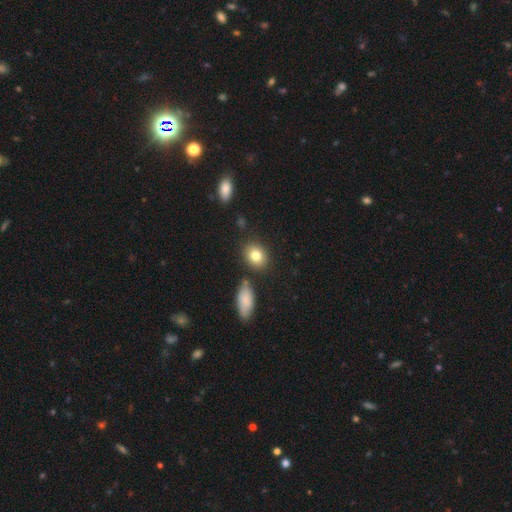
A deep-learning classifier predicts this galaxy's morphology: Overall: smooth (81%). How rounded: in between (51%; round 47%). Merging: none (80%).